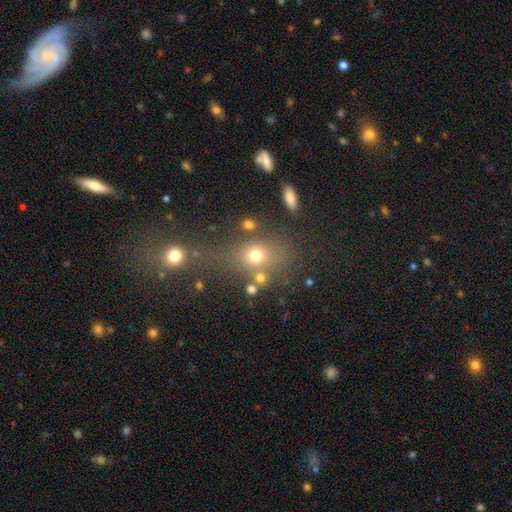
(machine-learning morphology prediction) This appears to be a smooth galaxy with no disk features (66%) that is round (52%). Merging: none (52%).